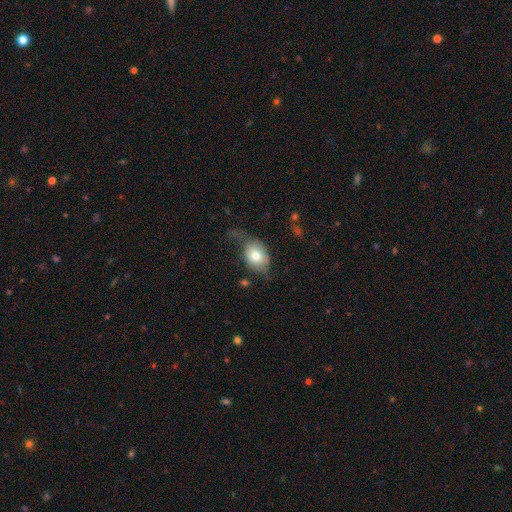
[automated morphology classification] A smooth galaxy with no disk features (68%) that is in between round and cigar-shaped (68%). Merging: none (34%).